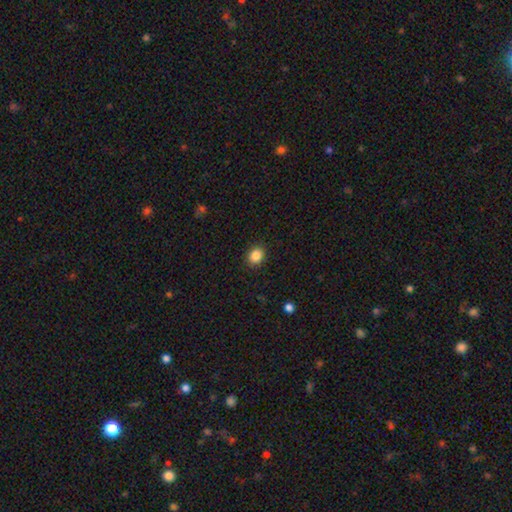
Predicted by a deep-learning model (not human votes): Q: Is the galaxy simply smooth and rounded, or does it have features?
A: smooth — 86%.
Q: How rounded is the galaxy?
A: round — 56%.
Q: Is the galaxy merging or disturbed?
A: none — 90%.